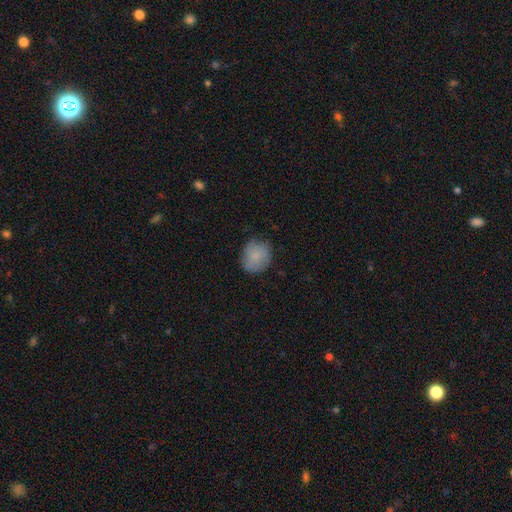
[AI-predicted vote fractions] smooth_or_featured: smooth (p=0.77) [alt: featured or disk p=0.15]
how_rounded: round (p=0.73) [alt: in between p=0.26]
merging: none (p=0.70) [alt: minor disturbance p=0.23]